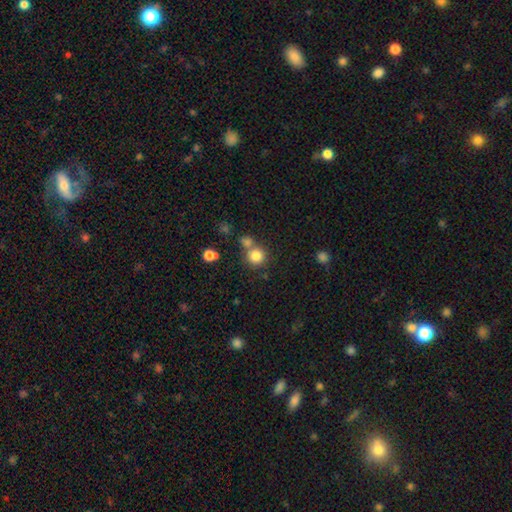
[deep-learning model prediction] A smooth galaxy with no disk features (82%) that is round (92%). Merging: none (64%).